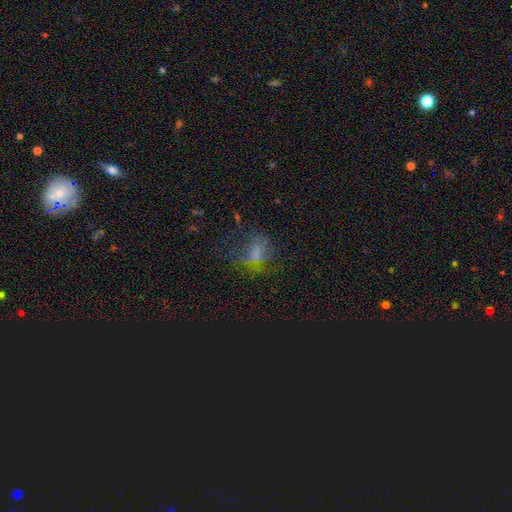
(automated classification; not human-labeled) This appears to be a smooth galaxy with no disk features (45%). Merging: none (48%).